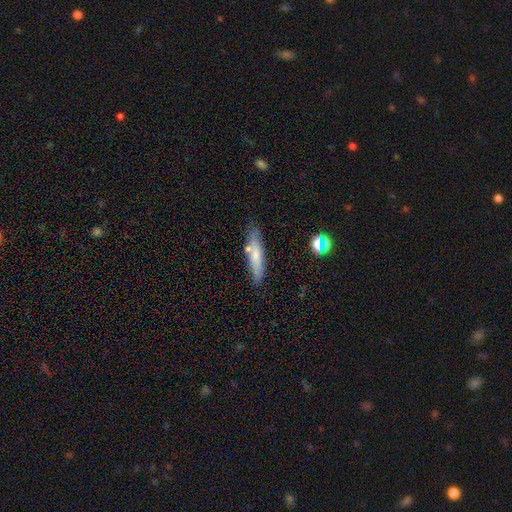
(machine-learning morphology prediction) smooth_or_featured: smooth (p=0.66) [alt: featured or disk p=0.26]
how_rounded: cigar-shaped (p=0.76) [alt: in between p=0.22]
merging: none (p=0.73) [alt: minor disturbance p=0.16]